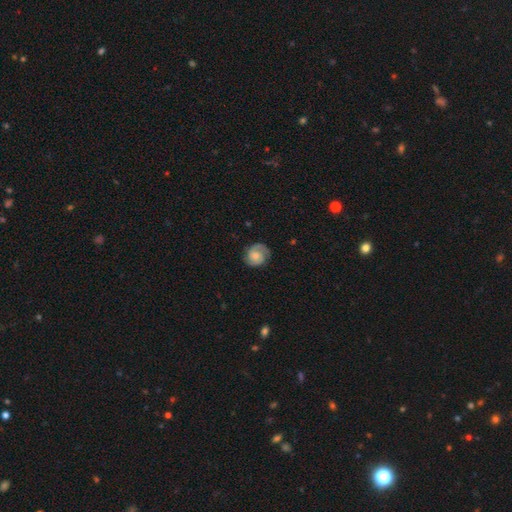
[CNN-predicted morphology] The model was most divided on "bulge size": moderate: 38%, small: 32%, none: 15%, large: 12%, dominant: 2%. More confident: edge-on disk — no (98%); spiral arms — yes (94%); merging — none (78%); spiral arm count — 2 (75%); bar — no (68%); smooth or featured — featured or disk (63%); spiral winding — tight (52%).